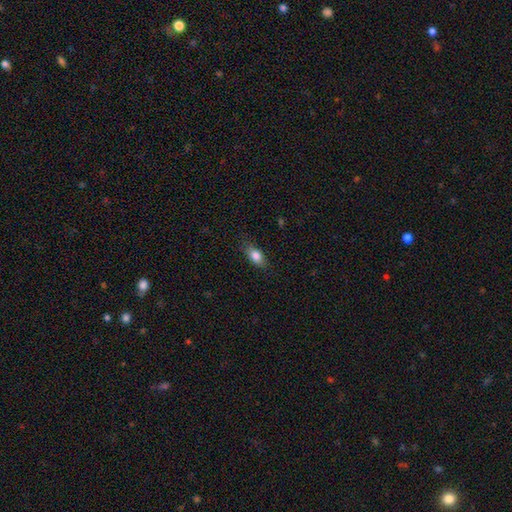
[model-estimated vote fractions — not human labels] Q: Smooth or featured?
A: smooth (82%); runner-up: featured or disk (10%)
Q: How rounded?
A: in between (84%); runner-up: cigar-shaped (9%)
Q: Merging?
A: none (81%); runner-up: minor disturbance (14%)